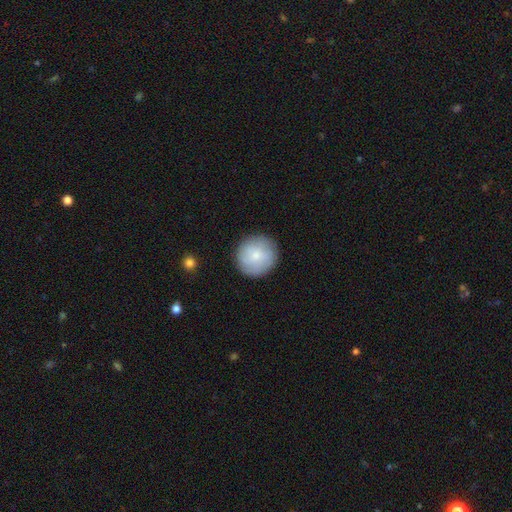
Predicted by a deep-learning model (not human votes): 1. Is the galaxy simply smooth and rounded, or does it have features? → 75% smooth, 18% featured or disk, 7% star or artifact.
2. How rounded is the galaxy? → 94% round, 5% in between, 1% cigar-shaped.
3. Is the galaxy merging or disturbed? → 87% none, 9% minor disturbance, 3% major disturbance, 1% merger.